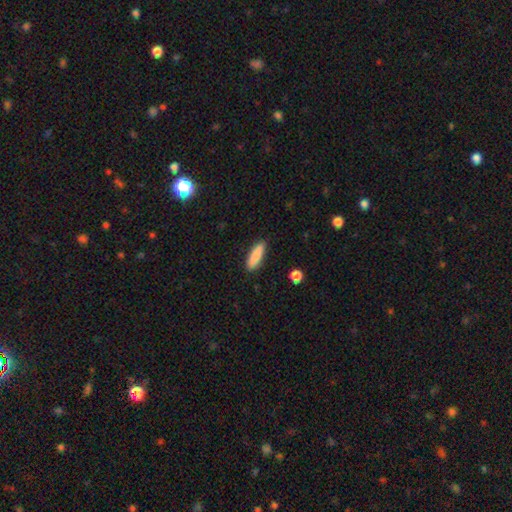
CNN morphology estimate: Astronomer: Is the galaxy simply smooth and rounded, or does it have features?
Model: smooth — 87%.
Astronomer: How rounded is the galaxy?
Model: cigar-shaped — 57% (runner-up: in between, 42%).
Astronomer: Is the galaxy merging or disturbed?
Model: none — 88%.